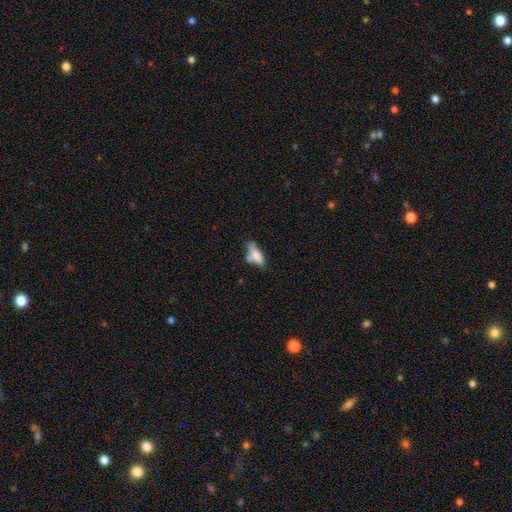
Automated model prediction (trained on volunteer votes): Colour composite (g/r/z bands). It shows a smooth galaxy with no disk features (72%) that is in between round and cigar-shaped (62%). Merging: none (41%).